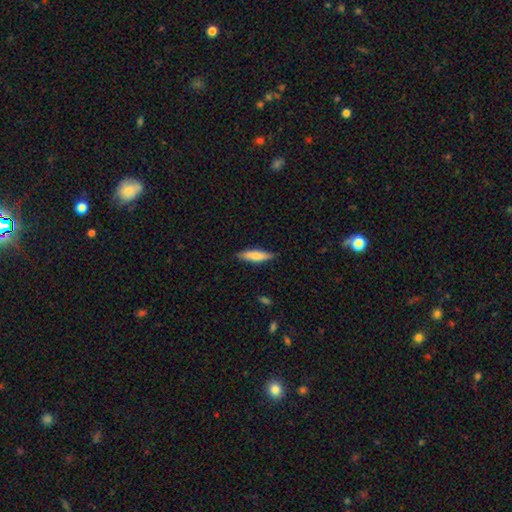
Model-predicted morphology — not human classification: Smooth or featured? Predicted: smooth (p=0.75). How rounded? Predicted: cigar-shaped (p=0.76). Merging? Predicted: none (p=0.85).